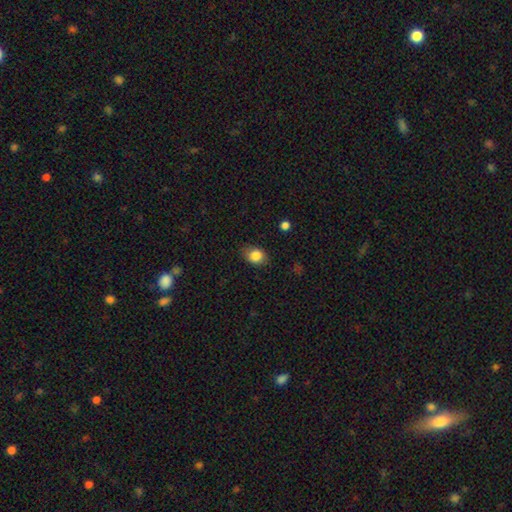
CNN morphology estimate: Smooth or featured? Predicted: smooth (p=0.84). How rounded? Predicted: in between (p=0.57). Merging? Predicted: none (p=0.79).